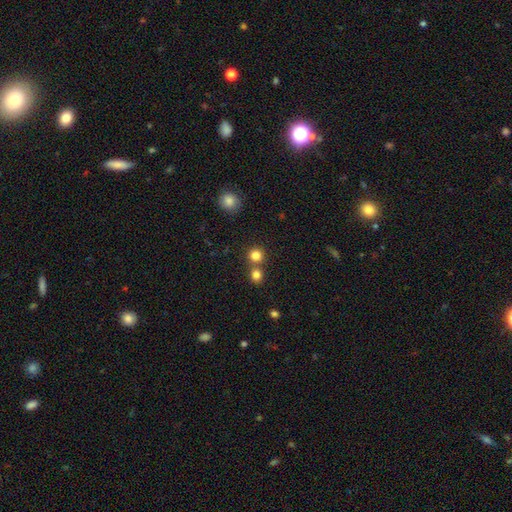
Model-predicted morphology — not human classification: This appears to be a smooth galaxy with no disk features (82%) that is round (92%). Merging: none (66%).